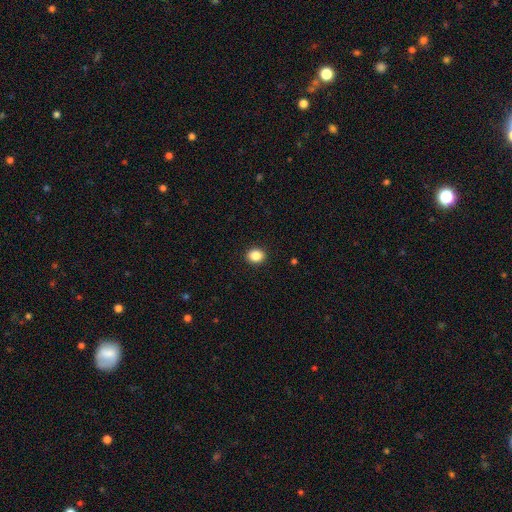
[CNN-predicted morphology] Smooth or featured?
  - smooth: 87% *
  - star or artifact: 10%
  - featured or disk: 4%
How rounded?
  - round: 65% *
  - in between: 34%
  - cigar-shaped: 1%
Merging?
  - none: 92% *
  - minor disturbance: 5%
  - major disturbance: 2%
  - merger: 1%